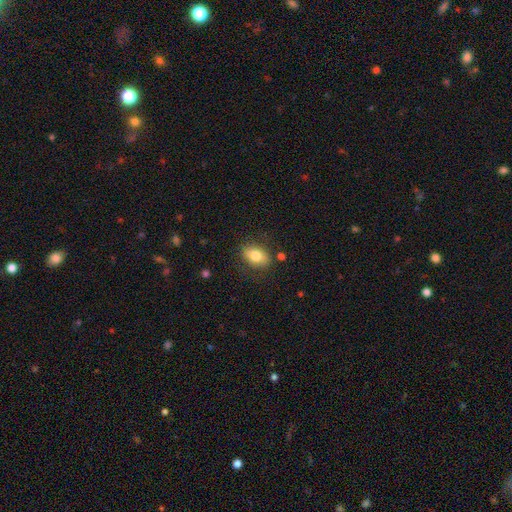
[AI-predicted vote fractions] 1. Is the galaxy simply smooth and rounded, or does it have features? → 77% smooth, 15% featured or disk, 8% star or artifact.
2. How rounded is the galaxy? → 83% in between, 15% round, 2% cigar-shaped.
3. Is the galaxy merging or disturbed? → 80% none, 14% minor disturbance, 4% major disturbance, 2% merger.